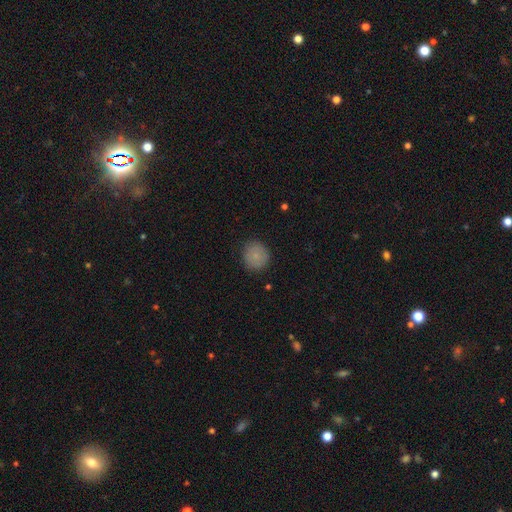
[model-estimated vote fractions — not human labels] Smooth or featured?
  - smooth: 81% *
  - featured or disk: 10%
  - star or artifact: 9%
How rounded?
  - round: 87% *
  - in between: 12%
  - cigar-shaped: 1%
Merging?
  - none: 84% *
  - minor disturbance: 12%
  - major disturbance: 3%
  - merger: 1%